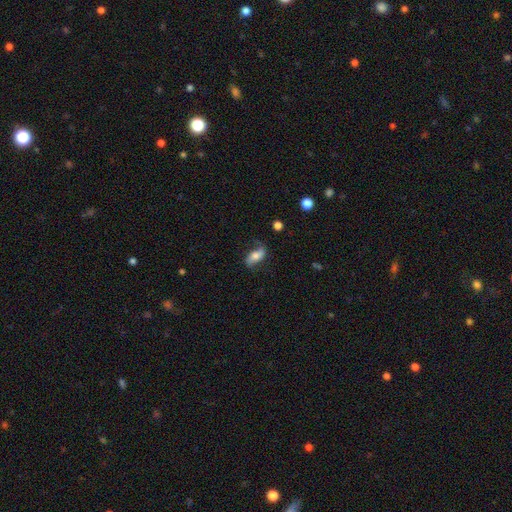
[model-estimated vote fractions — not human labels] featured or disk 46%, smooth 45%, star or artifact 8%. Down the decision tree: merging — none (64%).